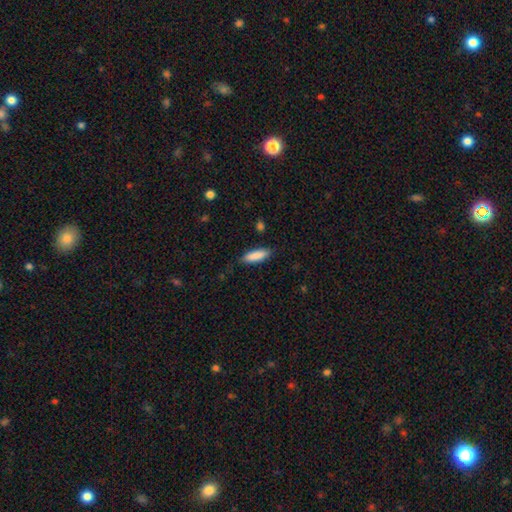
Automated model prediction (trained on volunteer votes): smooth_or_featured: smooth (p=0.87) [alt: featured or disk p=0.07]
how_rounded: cigar-shaped (p=0.51) [alt: in between p=0.48]
merging: none (p=0.82) [alt: minor disturbance p=0.14]